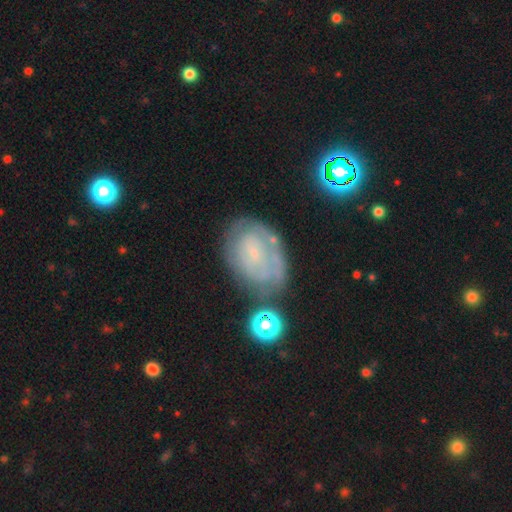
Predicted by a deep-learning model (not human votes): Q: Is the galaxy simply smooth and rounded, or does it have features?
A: featured or disk — 58%.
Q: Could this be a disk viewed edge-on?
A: no — 96%.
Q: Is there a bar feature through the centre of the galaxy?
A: no — 65%.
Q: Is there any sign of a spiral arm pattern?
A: yes — 66%.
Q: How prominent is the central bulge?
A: small — 71%.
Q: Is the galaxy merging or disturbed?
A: none — 58%.